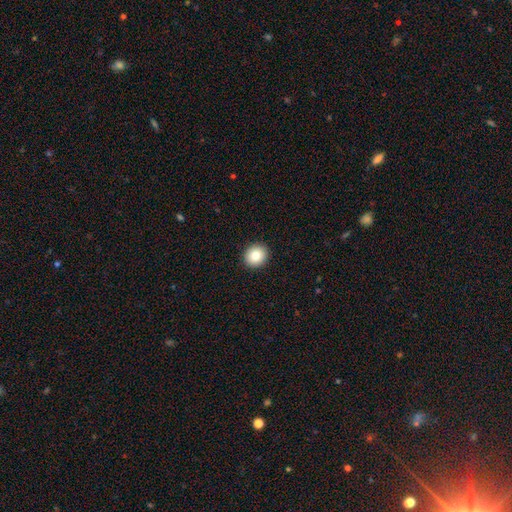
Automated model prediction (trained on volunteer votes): smooth 83%, star or artifact 9%, featured or disk 8%. Down the decision tree: how rounded — round (80%); merging — none (92%).